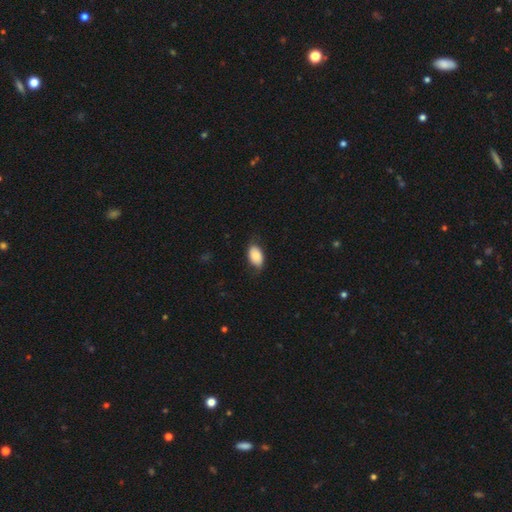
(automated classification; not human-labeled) smooth 80%, featured or disk 13%, star or artifact 7%. Down the decision tree: how rounded — in between (92%); merging — none (72%).